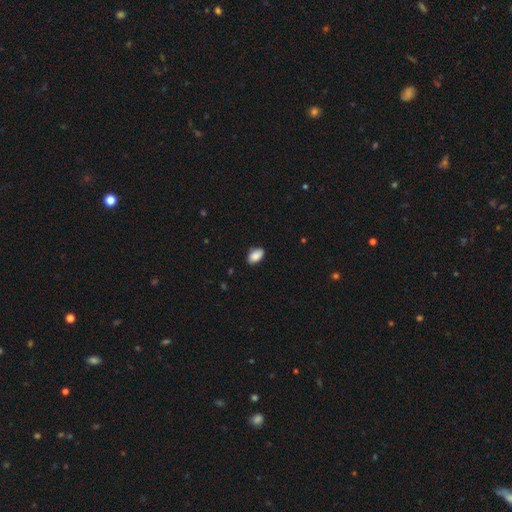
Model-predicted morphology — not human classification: type=smooth (89%); roundness=in between (92%); merging=none (84%).